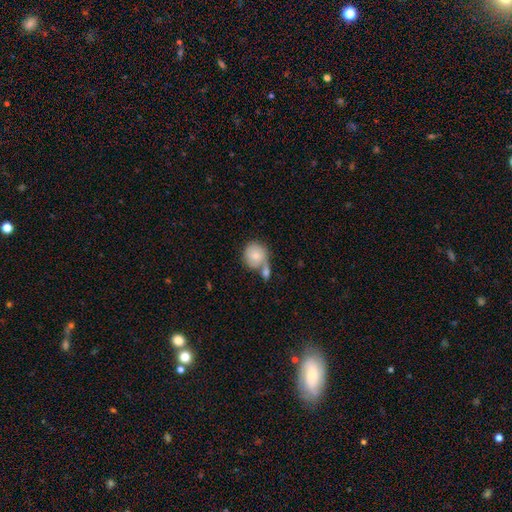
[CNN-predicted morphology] smooth 73%, featured or disk 20%, star or artifact 7%. Down the decision tree: how rounded — round (81%); merging — merger (41%).